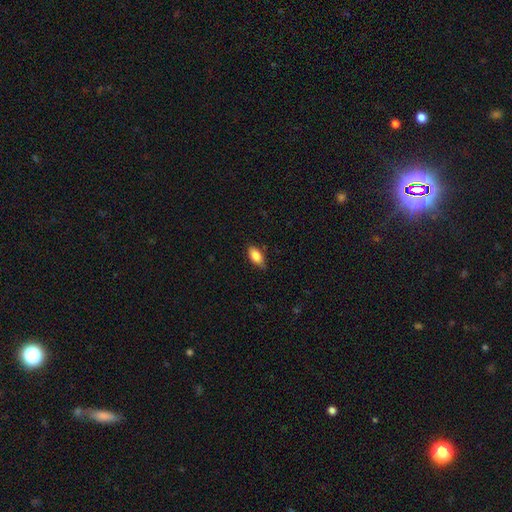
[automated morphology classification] Smooth or featured?
  - smooth: 84% *
  - featured or disk: 9%
  - star or artifact: 7%
How rounded?
  - in between: 89% *
  - cigar-shaped: 7%
  - round: 4%
Merging?
  - none: 75% *
  - minor disturbance: 21%
  - major disturbance: 3%
  - merger: 1%